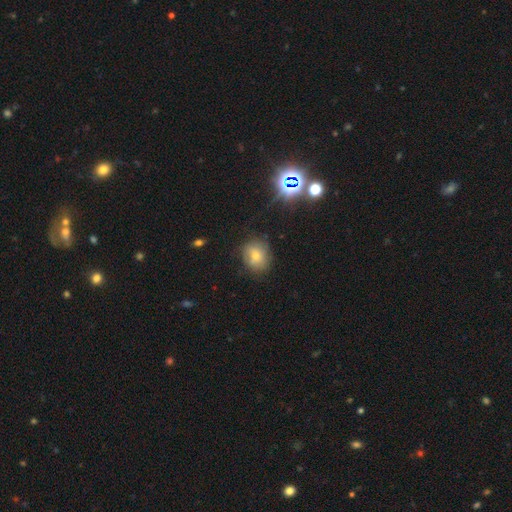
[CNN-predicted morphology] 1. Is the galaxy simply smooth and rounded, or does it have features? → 66% smooth, 18% featured or disk, 17% star or artifact.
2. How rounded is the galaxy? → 69% round, 30% in between, 1% cigar-shaped.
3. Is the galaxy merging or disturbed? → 70% none, 20% minor disturbance, 6% major disturbance, 3% merger.